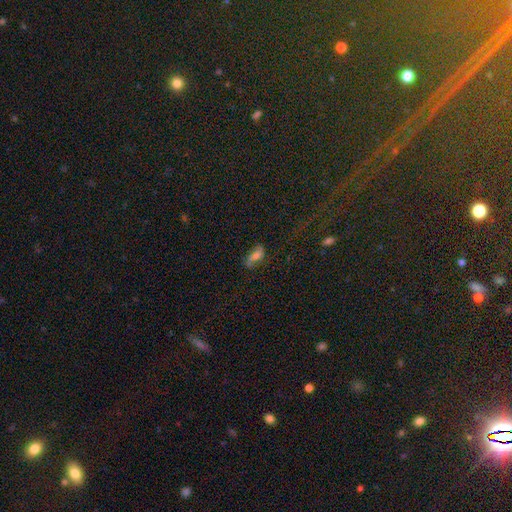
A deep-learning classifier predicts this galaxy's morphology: Smooth or featured?
  - smooth: 53% *
  - featured or disk: 33%
  - star or artifact: 14%
How rounded?
  - in between: 79% *
  - cigar-shaped: 16%
  - round: 5%
Merging?
  - none: 56% *
  - minor disturbance: 26%
  - major disturbance: 14%
  - merger: 4%